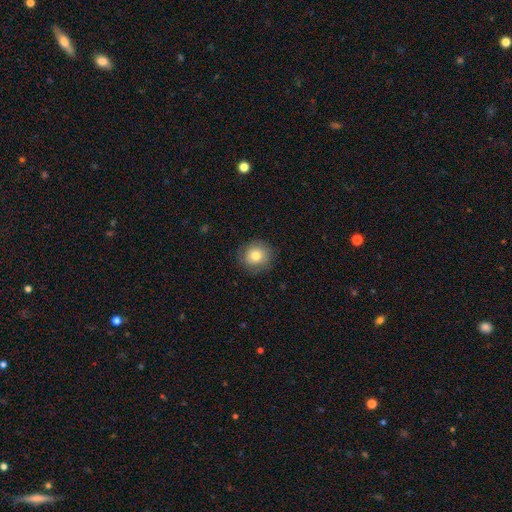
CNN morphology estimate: smooth 77%, featured or disk 13%, star or artifact 10%. Down the decision tree: how rounded — round (90%); merging — none (85%).